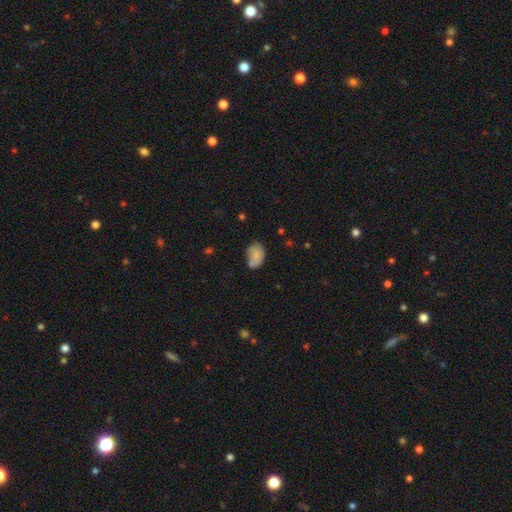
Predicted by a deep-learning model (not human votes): Smooth or featured: smooth — 74% (featured or disk — 17%)
How rounded: in between — 81% (round — 18%)
Merging: none — 48% (minor disturbance — 28%)